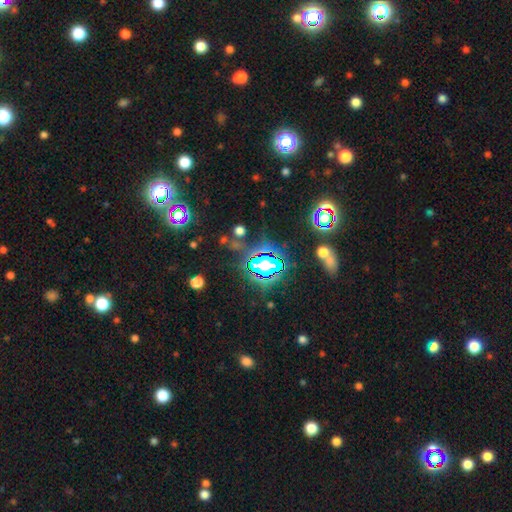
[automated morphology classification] A star or artifact, not a galaxy (79%).

Vote fractions:
- Smooth or featured? star or artifact: 79% / smooth: 13% / featured or disk: 8%